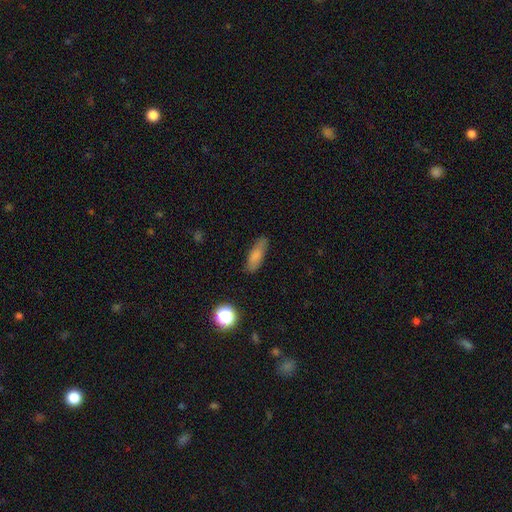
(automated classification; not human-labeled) Overall: smooth (79%). How rounded: in between (59%; cigar-shaped 38%). Merging: none (77%).